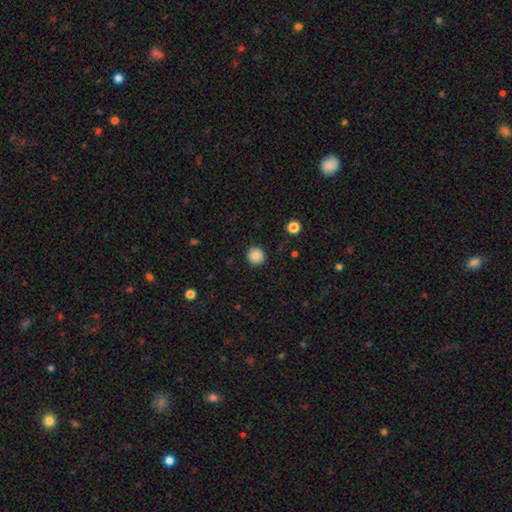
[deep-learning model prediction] smooth_or_featured: smooth (p=0.88) [alt: star or artifact p=0.10]
how_rounded: round (p=0.96) [alt: in between p=0.04]
merging: none (p=0.92) [alt: minor disturbance p=0.05]